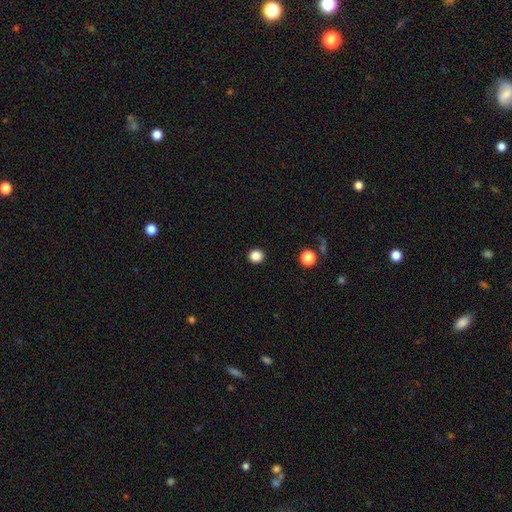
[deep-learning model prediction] The model was most divided on "smooth or featured": smooth: 86%, star or artifact: 11%, featured or disk: 3%. More confident: merging — none (92%); how rounded — round (87%).